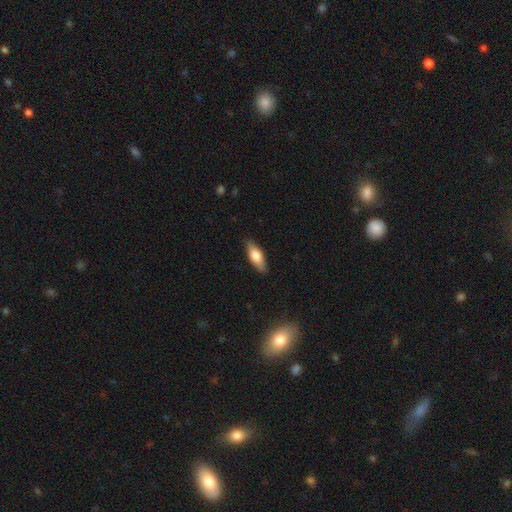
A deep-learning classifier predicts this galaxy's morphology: Overall: smooth (70%). How rounded: in between (67%; cigar-shaped 31%). Merging: none (87%).